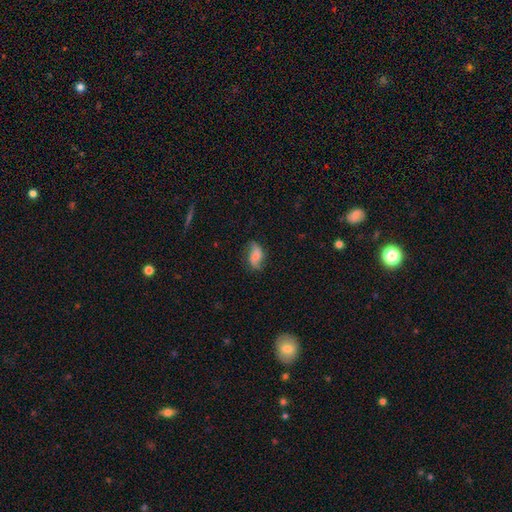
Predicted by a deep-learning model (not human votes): smooth 51%, featured or disk 40%, star or artifact 9%. Down the decision tree: how rounded — in between (87%); merging — none (66%).